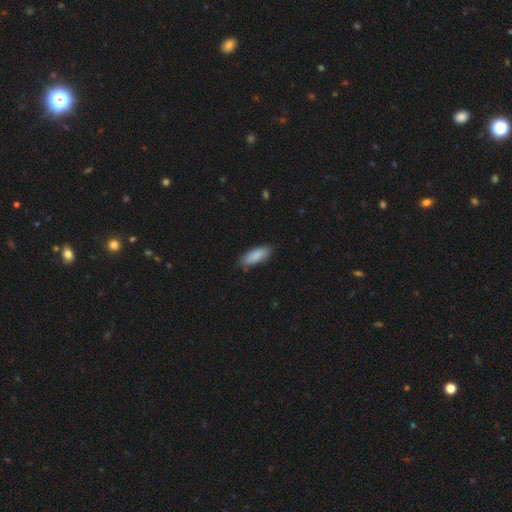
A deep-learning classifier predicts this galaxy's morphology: Smooth or featured? Predicted: smooth (p=0.88). How rounded? Predicted: in between (p=0.70). Merging? Predicted: none (p=0.80).